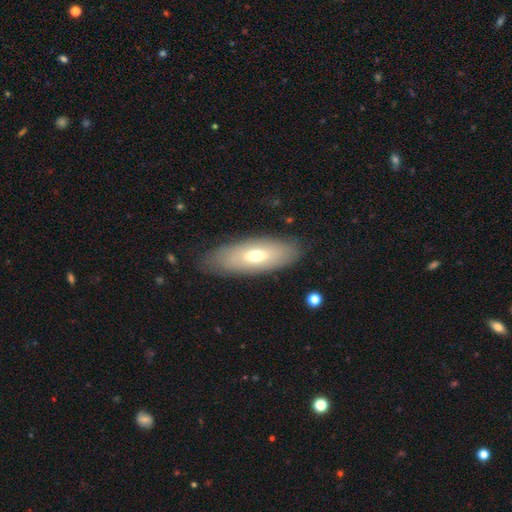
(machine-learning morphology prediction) smooth 58%, featured or disk 36%, star or artifact 7%. Down the decision tree: how rounded — in between (74%); merging — none (83%).